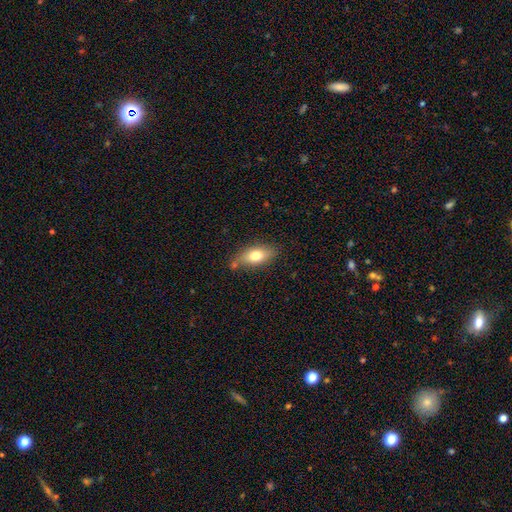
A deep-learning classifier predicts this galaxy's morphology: type=smooth (73%); roundness=in between (83%); merging=none (71%).